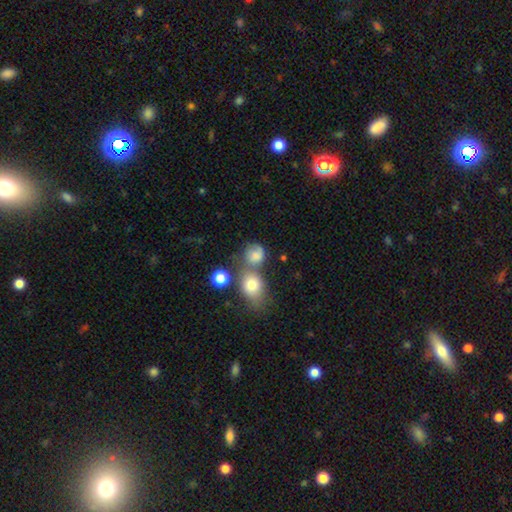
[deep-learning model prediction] This is likely a smooth galaxy (72%). How rounded: likely round (66%). Merging: marginally merger (38%).